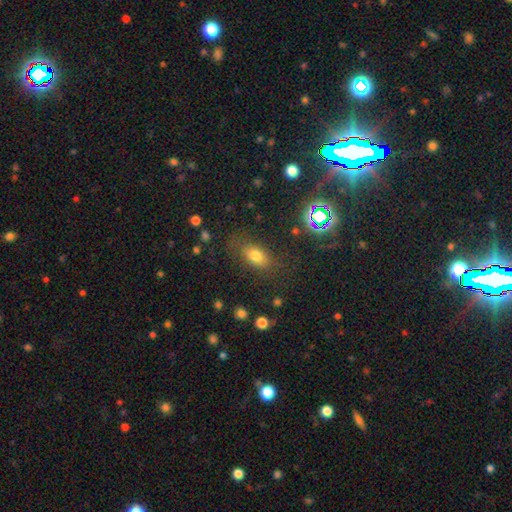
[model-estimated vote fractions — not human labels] Smooth or featured: smooth — 70% (star or artifact — 17%)
How rounded: in between — 79% (round — 15%)
Merging: none — 77% (minor disturbance — 14%)